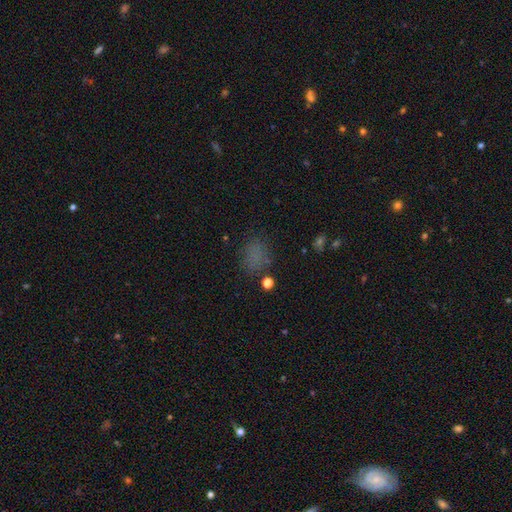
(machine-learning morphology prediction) The model was most divided on "how rounded": in between: 57%, round: 42%, cigar-shaped: 2%. More confident: merging — none (73%); smooth or featured — smooth (69%).